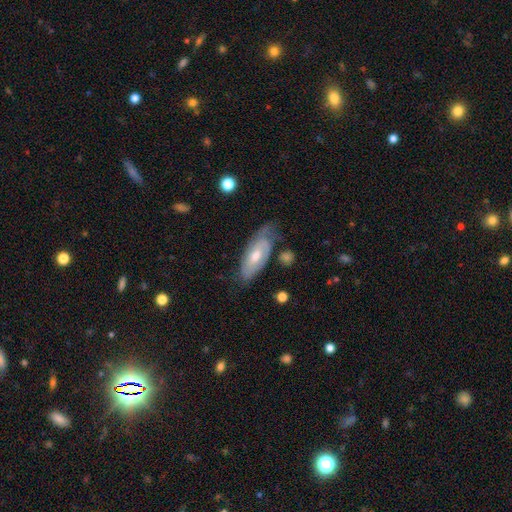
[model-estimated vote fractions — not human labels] Morphology: type=featured or disk (64%); edge-on=no (84%); bar=no (59%); spiral arms=yes (77%); bulge=moderate (65%); merging=none (55%).